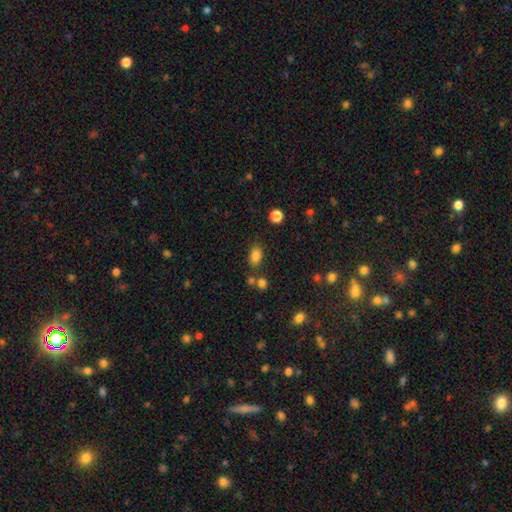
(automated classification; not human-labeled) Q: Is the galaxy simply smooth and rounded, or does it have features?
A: smooth — 83%.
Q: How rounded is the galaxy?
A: in between — 83%.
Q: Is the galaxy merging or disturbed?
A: none — 74%.